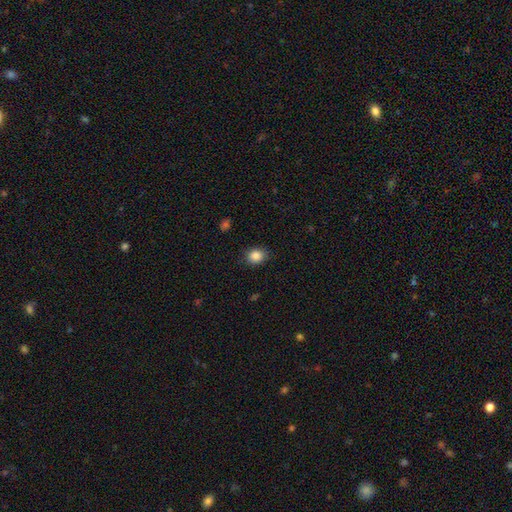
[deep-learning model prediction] Smooth or featured: smooth — 87% (star or artifact — 9%)
How rounded: round — 57% (in between — 42%)
Merging: none — 86% (minor disturbance — 10%)